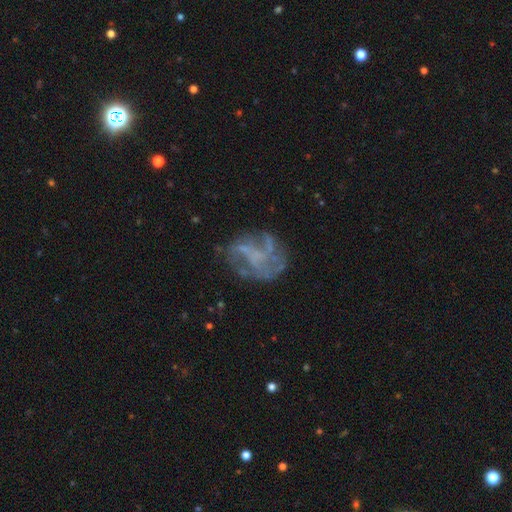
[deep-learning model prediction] smooth_or_featured: featured or disk (p=0.69) [alt: smooth p=0.18]
disk_edge_on: no (p=0.98) [alt: yes p=0.02]
bar: no (p=0.66) [alt: weak p=0.26]
has_spiral_arms: yes (p=0.64) [alt: no p=0.36]
bulge_size: none (p=0.68) [alt: small p=0.18]
merging: none (p=0.60) [alt: major disturbance p=0.20]